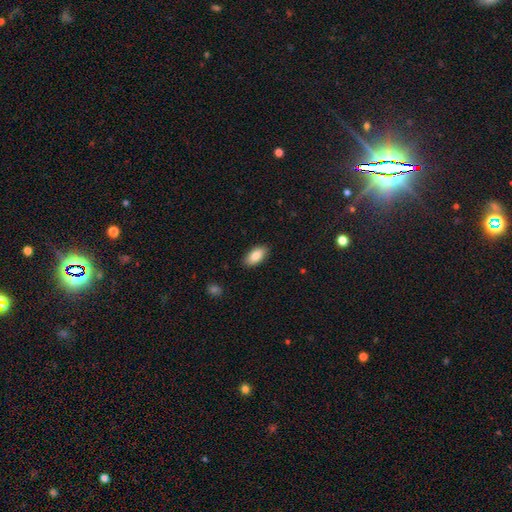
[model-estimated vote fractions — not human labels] smooth-or-featured: smooth: 86% | featured or disk: 7% | star or artifact: 6%
  how-rounded: in between: 93% | cigar-shaped: 5% | round: 2%
  merging: none: 88% | minor disturbance: 9% | major disturbance: 2% | merger: 1%